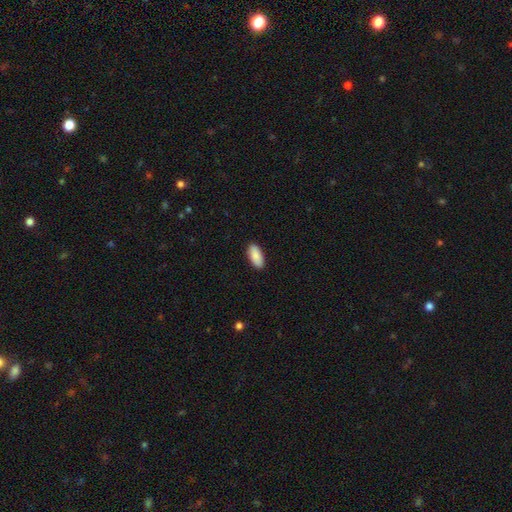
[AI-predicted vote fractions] Q: Smooth or featured?
A: smooth (90%); runner-up: star or artifact (6%)
Q: How rounded?
A: in between (90%); runner-up: cigar-shaped (9%)
Q: Merging?
A: none (90%); runner-up: minor disturbance (7%)